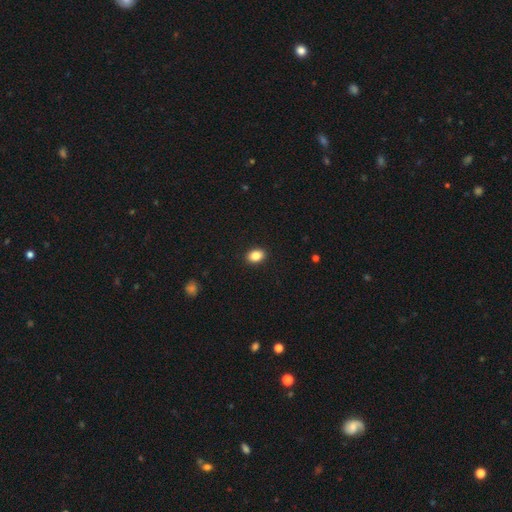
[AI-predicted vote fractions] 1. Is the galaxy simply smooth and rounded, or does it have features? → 87% smooth, 9% star or artifact, 5% featured or disk.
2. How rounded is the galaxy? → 74% in between, 25% round, 1% cigar-shaped.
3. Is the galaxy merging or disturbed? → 91% none, 6% minor disturbance, 2% major disturbance, 1% merger.